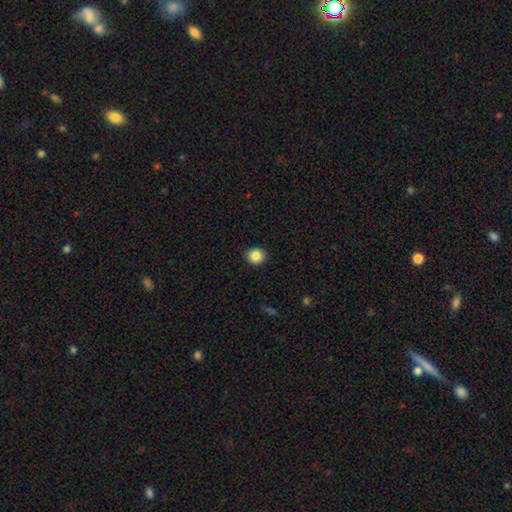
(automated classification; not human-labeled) Smooth or featured? Predicted: smooth (p=0.86). How rounded? Predicted: round (p=0.81). Merging? Predicted: none (p=0.91).